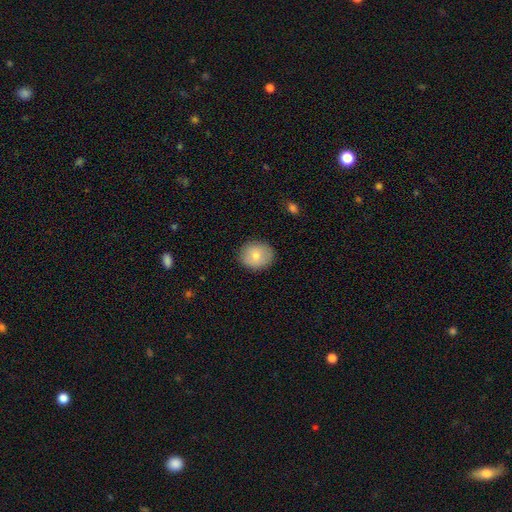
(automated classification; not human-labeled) A smooth galaxy with no disk features (75%) that is round (71%).

Vote fractions:
- Smooth or featured? smooth: 75% / featured or disk: 17% / star or artifact: 8%
- How rounded? round: 71% / in between: 28% / cigar-shaped: 1%
- Merging? none: 86% / minor disturbance: 11% / major disturbance: 2% / merger: 1%